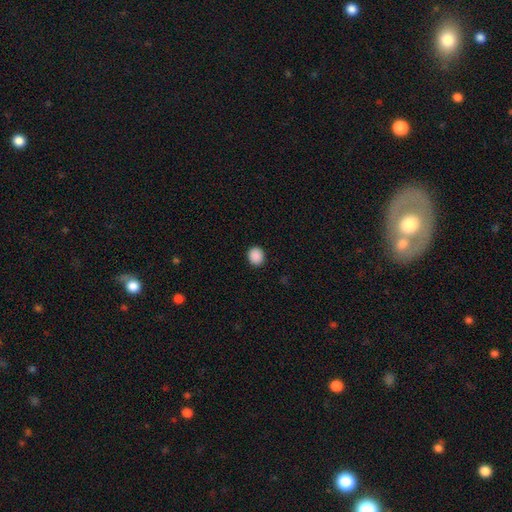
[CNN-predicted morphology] The model was most divided on "how rounded": round: 75%, in between: 24%, cigar-shaped: 1%. More confident: merging — none (92%); smooth or featured — smooth (90%).